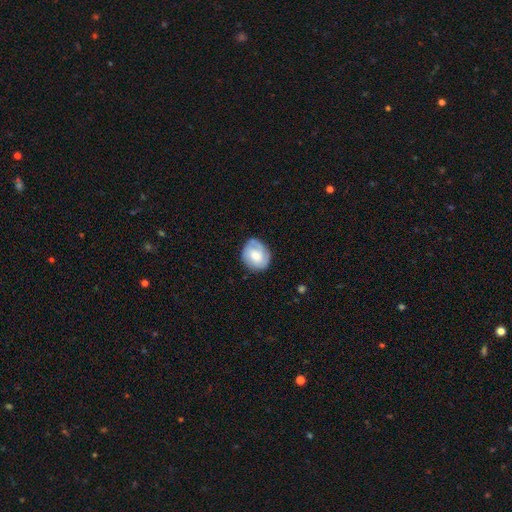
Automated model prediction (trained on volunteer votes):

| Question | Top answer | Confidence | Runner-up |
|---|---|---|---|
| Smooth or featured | smooth | 54% | featured or disk (39%) |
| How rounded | round | 62% | in between (37%) |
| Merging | none | 70% | minor disturbance (23%) |